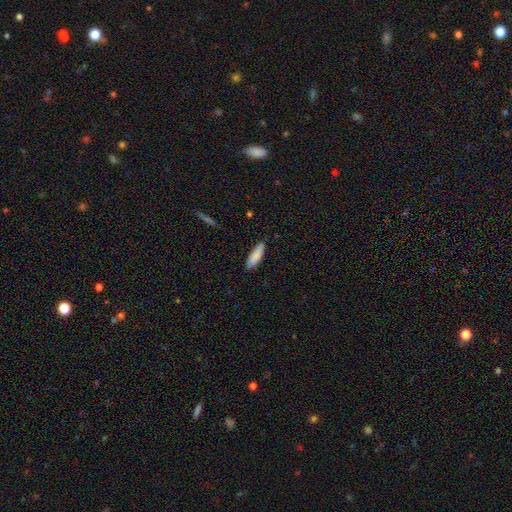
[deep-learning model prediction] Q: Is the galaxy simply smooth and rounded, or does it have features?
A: smooth — 87%.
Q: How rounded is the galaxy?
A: cigar-shaped — 53%.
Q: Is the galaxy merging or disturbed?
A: none — 83%.